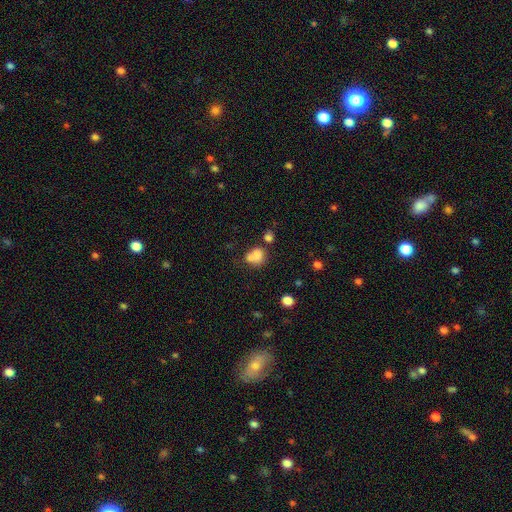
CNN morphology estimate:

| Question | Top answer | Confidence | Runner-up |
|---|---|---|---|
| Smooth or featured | smooth | 76% | star or artifact (12%) |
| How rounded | round | 62% | in between (37%) |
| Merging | merger | 43% | none (36%) |